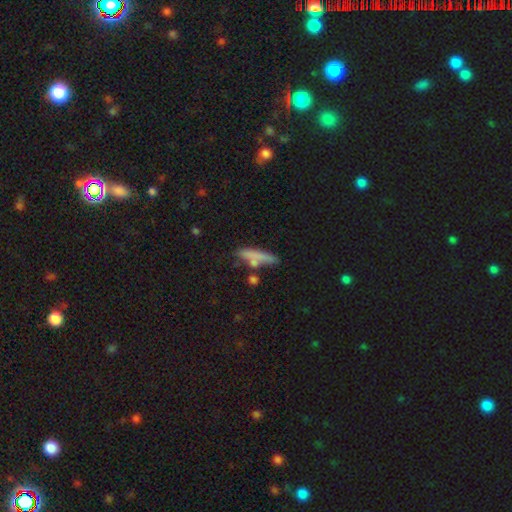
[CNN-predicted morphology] This is likely a smooth galaxy (68%). How rounded: clearly cigar-shaped (81%). Merging: likely none (60%).